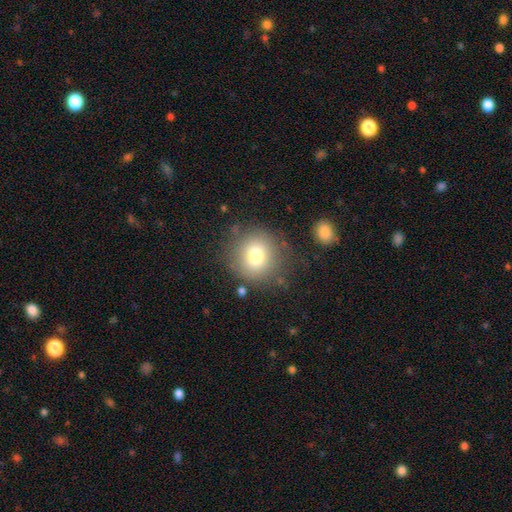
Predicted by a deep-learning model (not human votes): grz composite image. It shows a smooth galaxy with no disk features (75%) that is round (90%). Merging: none (79%).